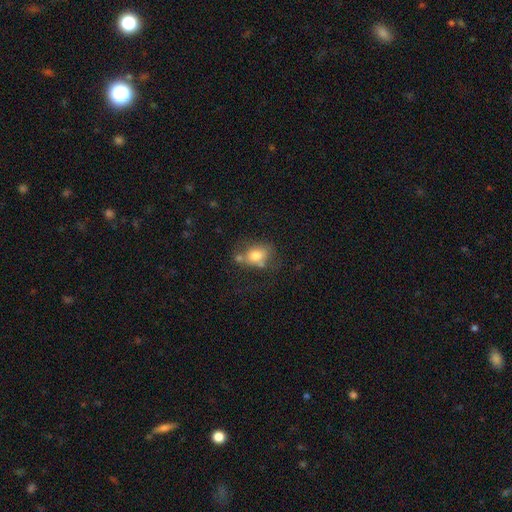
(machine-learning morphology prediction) A smooth galaxy with no disk features (73%) that is in between round and cigar-shaped (67%). Merging: none (46%).